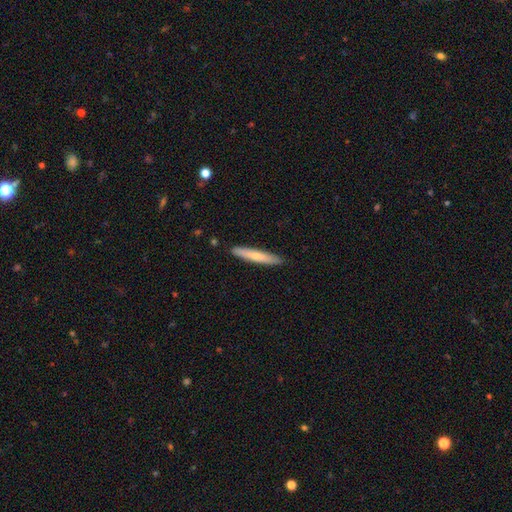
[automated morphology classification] The model was most divided on "smooth or featured": smooth: 65%, featured or disk: 30%, star or artifact: 5%. More confident: how rounded — cigar-shaped (93%); merging — none (90%).